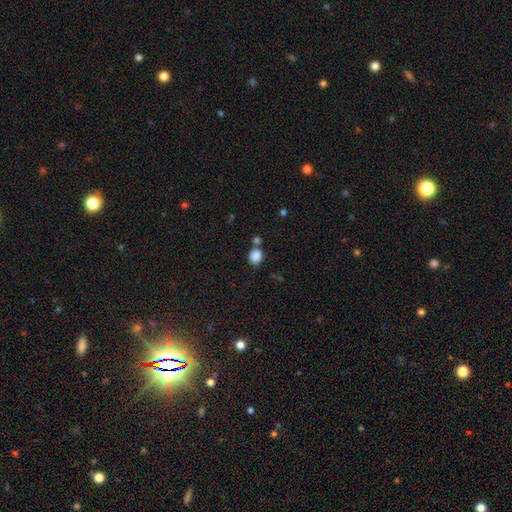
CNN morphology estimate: A smooth galaxy with no disk features (85%) that is round (73%). Merging: none (61%).